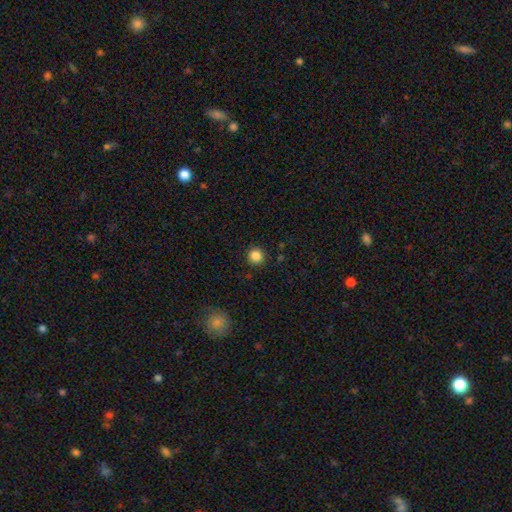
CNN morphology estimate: smooth-or-featured: smooth: 86% | star or artifact: 11% | featured or disk: 3%
  how-rounded: round: 94% | in between: 5% | cigar-shaped: 1%
  merging: none: 91% | minor disturbance: 6% | major disturbance: 2% | merger: 1%